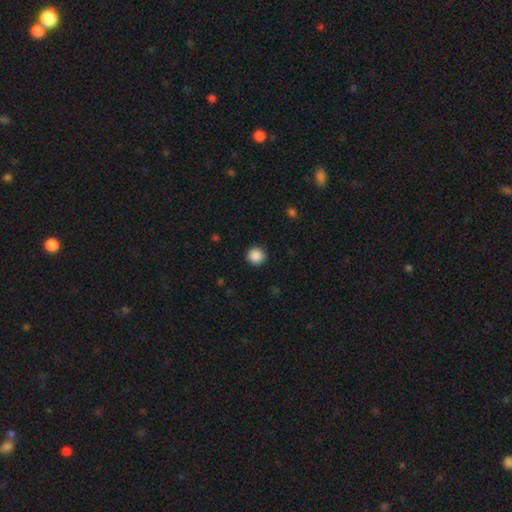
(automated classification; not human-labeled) The model was most divided on "smooth or featured": smooth: 89%, star or artifact: 9%, featured or disk: 2%. More confident: how rounded — round (93%); merging — none (91%).